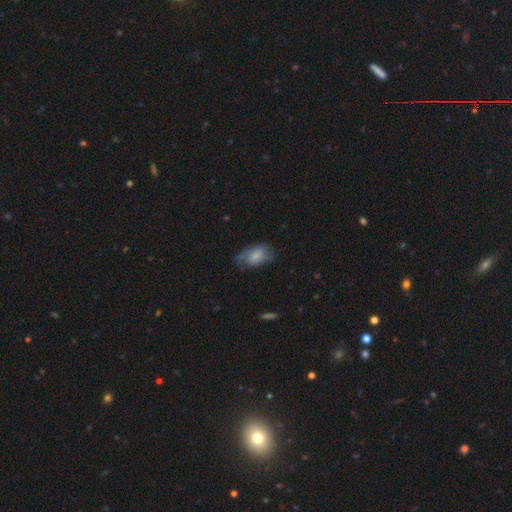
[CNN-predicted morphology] smooth_or_featured: smooth (p=0.68) [alt: featured or disk p=0.25]
how_rounded: in between (p=0.90) [alt: round p=0.08]
merging: none (p=0.46) [alt: minor disturbance p=0.35]